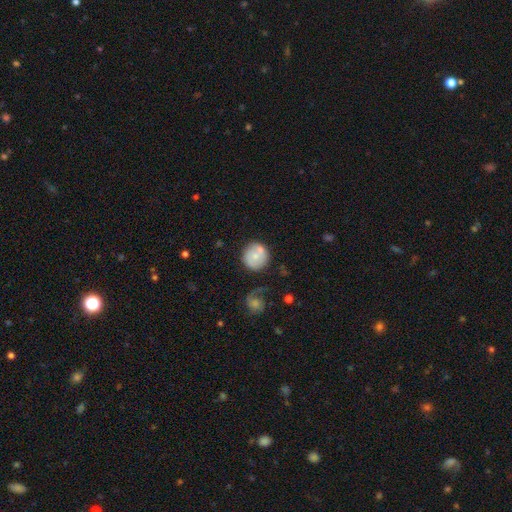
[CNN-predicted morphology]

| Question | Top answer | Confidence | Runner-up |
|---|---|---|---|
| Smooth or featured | smooth | 65% | featured or disk (27%) |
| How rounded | round | 89% | in between (10%) |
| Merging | none | 59% | merger (19%) |